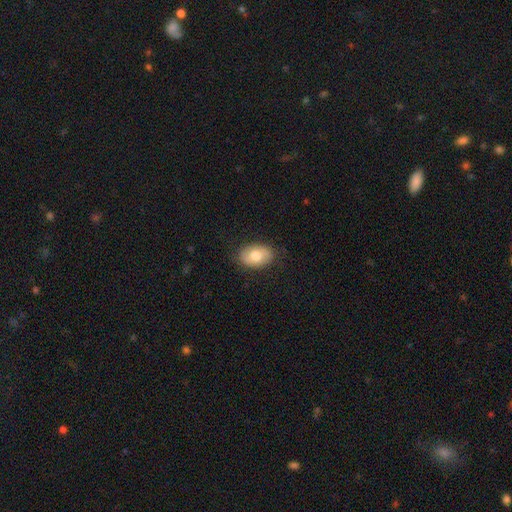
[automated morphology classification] smooth 75%, featured or disk 19%, star or artifact 7%. Down the decision tree: how rounded — in between (86%); merging — none (83%).